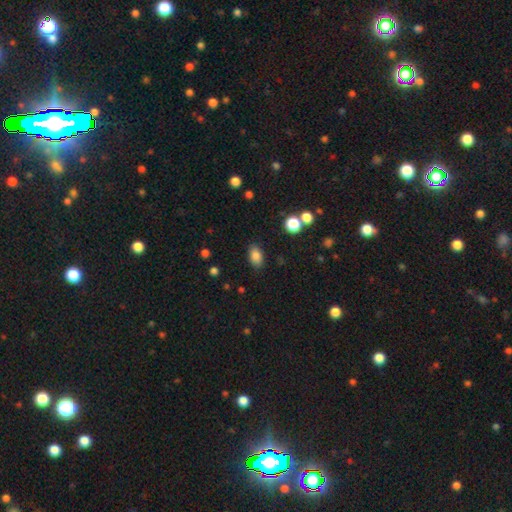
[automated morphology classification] Smooth or featured? Predicted: smooth (p=0.85). How rounded? Predicted: in between (p=0.87). Merging? Predicted: none (p=0.85).